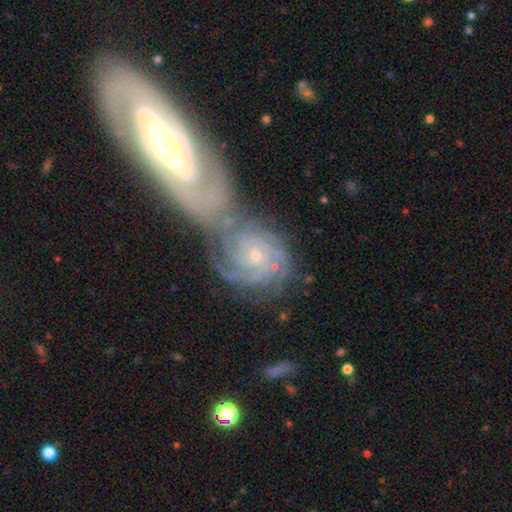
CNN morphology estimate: Smooth or featured?
  - featured or disk: 86% *
  - smooth: 8%
  - star or artifact: 6%
Edge-on disk?
  - no: 96% *
  - yes: 4%
Bar?
  - no: 65% *
  - weak: 26%
  - strong: 10%
Spiral arms?
  - yes: 96% *
  - no: 4%
Spiral winding?
  - tight: 73% *
  - medium: 22%
  - loose: 5%
Spiral arm count?
  - can't tell: 27% *
  - 3: 23%
  - 4: 20%
  - 2: 13%
  - more than 4: 10%
  - 1: 7%
Bulge size?
  - small: 70% *
  - moderate: 25%
  - none: 3%
  - large: 2%
  - dominant: 1%
Merging?
  - merger: 61% *
  - none: 25%
  - minor disturbance: 9%
  - major disturbance: 6%